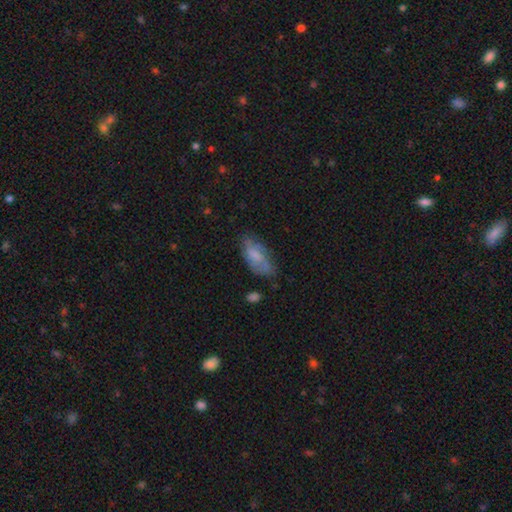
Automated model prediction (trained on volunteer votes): Overall: smooth (60%; featured or disk 32%). How rounded: in between (87%). Merging: none (59%; minor disturbance 28%).